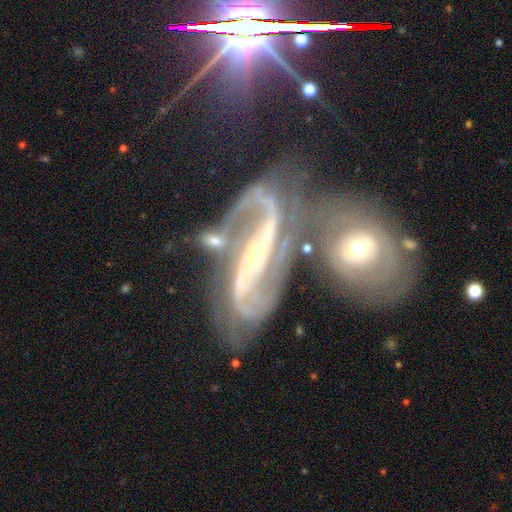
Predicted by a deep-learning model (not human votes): Morphology: type=featured or disk (89%); edge-on=no (95%); bar=strong (42%); spiral arms=yes (94%); winding=medium (43%); arm count=2 (81%); bulge=small (74%); merging=merger (53%).